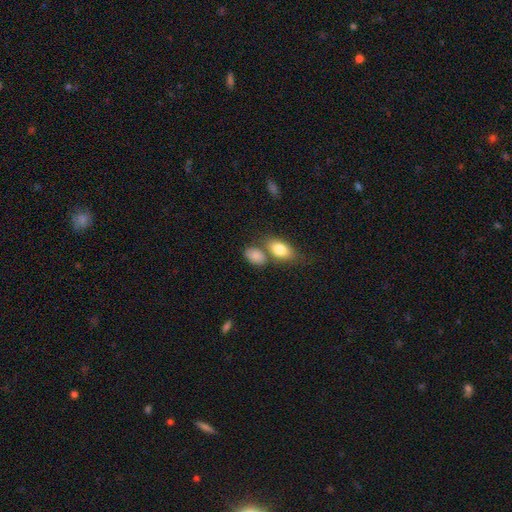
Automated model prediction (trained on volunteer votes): smooth 84%, featured or disk 8%, star or artifact 8%. Down the decision tree: how rounded — in between (85%); merging — none (49%).